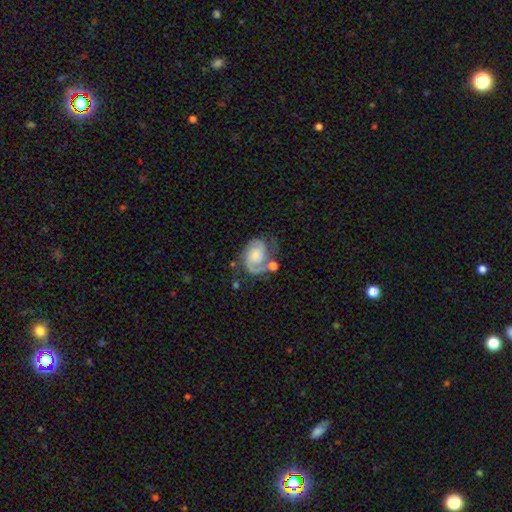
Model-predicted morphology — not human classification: smooth-or-featured: featured or disk: 82% | smooth: 12% | star or artifact: 6%
  disk-edge-on: no: 98% | yes: 2%
    bar: no: 69% | weak: 26% | strong: 4%
    has-spiral-arms: yes: 95% | no: 5%
      spiral-winding: medium: 43% | tight: 42% | loose: 15%
      spiral-arm-count: 2: 69% | 1: 20% | can't tell: 6% | 3: 3% | 4: 1% | more than 4: 1%
    bulge-size: small: 43% | moderate: 32% | none: 14% | large: 8% | dominant: 2%
  merging: none: 48% | minor disturbance: 22% | major disturbance: 18% | merger: 13%